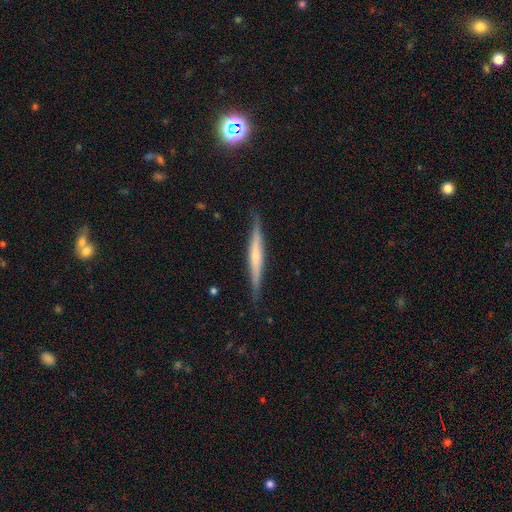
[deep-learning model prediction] A featured or disk galaxy (58%) viewed edge-on (96%) with a rounded central bulge (44%). Merging: none (84%).